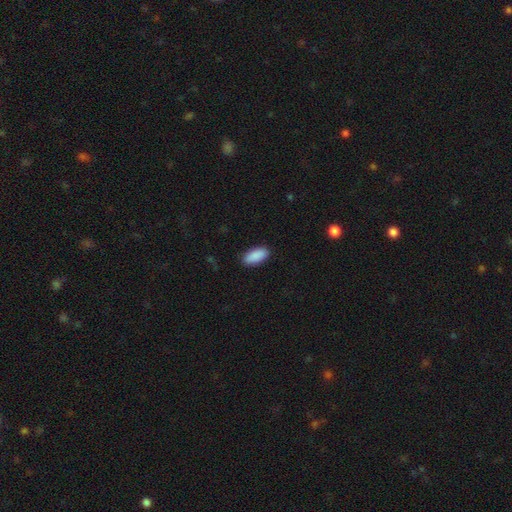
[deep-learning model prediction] Smooth or featured: smooth — 91% (star or artifact — 6%)
How rounded: in between — 91% (cigar-shaped — 7%)
Merging: none — 89% (minor disturbance — 8%)